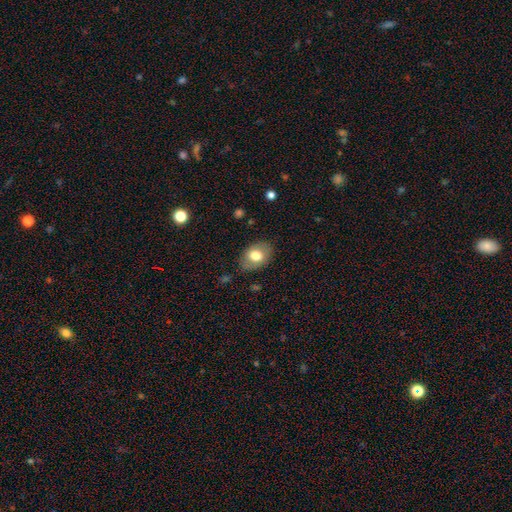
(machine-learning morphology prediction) smooth_or_featured: smooth (p=0.73) [alt: featured or disk p=0.20]
how_rounded: in between (p=0.78) [alt: round p=0.21]
merging: none (p=0.80) [alt: minor disturbance p=0.15]